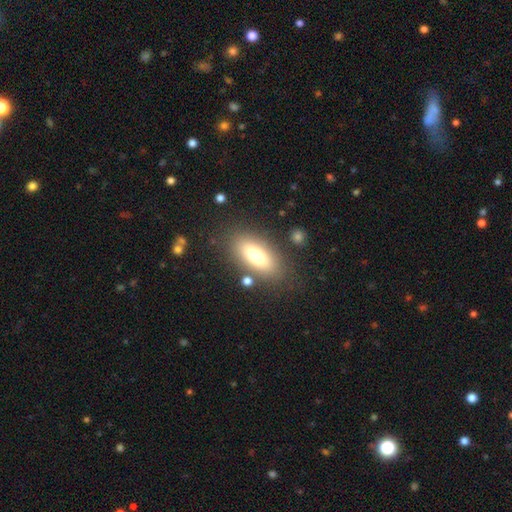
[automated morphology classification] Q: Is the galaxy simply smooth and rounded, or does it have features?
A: smooth — 73%.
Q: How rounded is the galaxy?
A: in between — 81%.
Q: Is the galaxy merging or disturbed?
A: none — 81%.